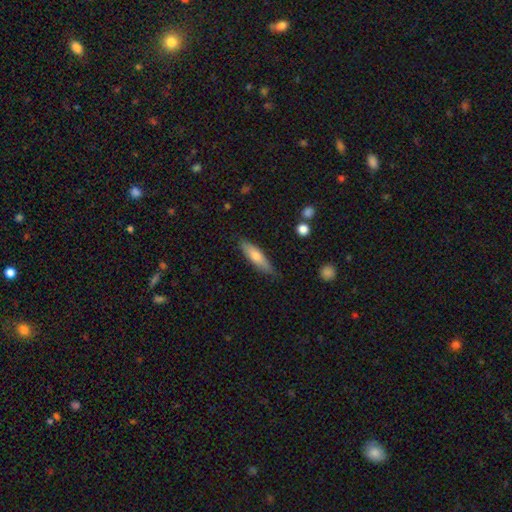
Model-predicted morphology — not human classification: type=smooth (64%); roundness=cigar-shaped (70%); merging=none (83%).